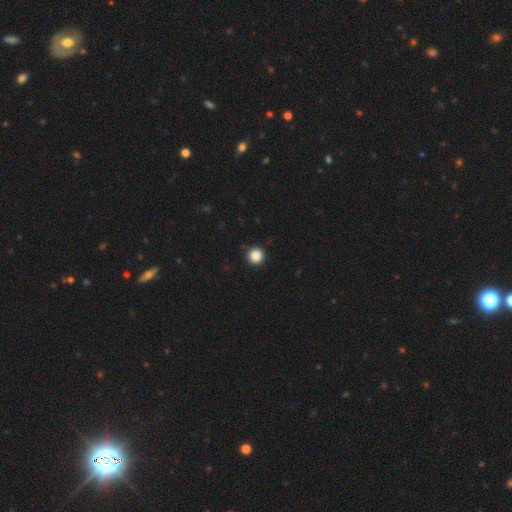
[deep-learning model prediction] Overall: smooth (86%). How rounded: round (96%). Merging: none (92%).